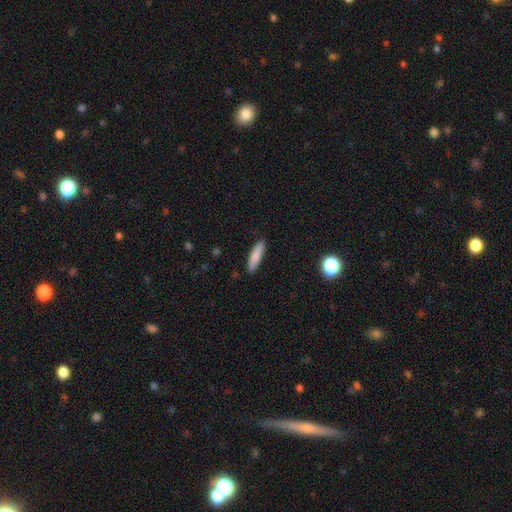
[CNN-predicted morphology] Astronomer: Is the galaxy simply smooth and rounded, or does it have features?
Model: smooth — 84%.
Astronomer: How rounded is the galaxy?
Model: cigar-shaped — 72%.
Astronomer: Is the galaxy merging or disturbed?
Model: none — 88%.